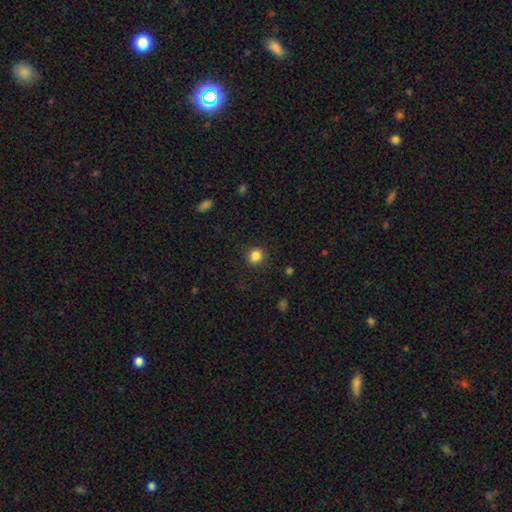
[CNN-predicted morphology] smooth-or-featured: smooth: 85% | star or artifact: 11% | featured or disk: 4%
  how-rounded: round: 81% | in between: 18% | cigar-shaped: 1%
  merging: none: 90% | minor disturbance: 7% | major disturbance: 2% | merger: 1%